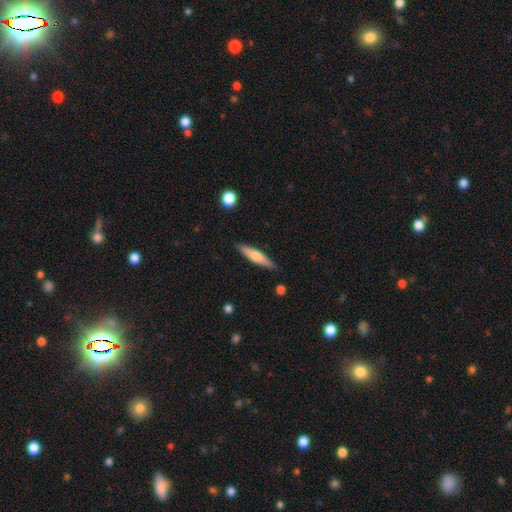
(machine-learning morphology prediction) A smooth galaxy with no disk features (55%) that is cigar-shaped (83%). Merging: none (88%).